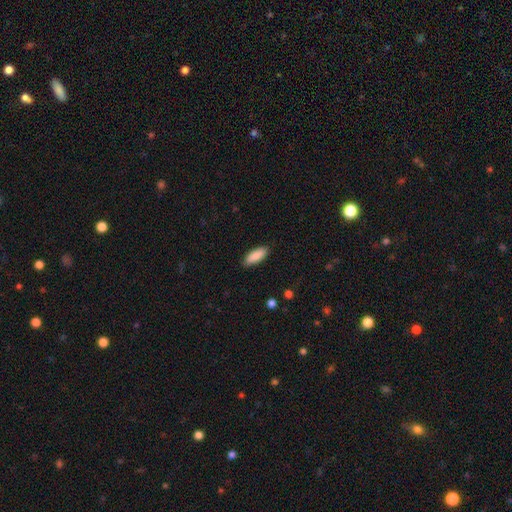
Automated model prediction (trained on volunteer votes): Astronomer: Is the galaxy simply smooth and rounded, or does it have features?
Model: smooth — 88%.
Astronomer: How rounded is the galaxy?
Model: in between — 74%.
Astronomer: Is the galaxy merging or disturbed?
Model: none — 88%.